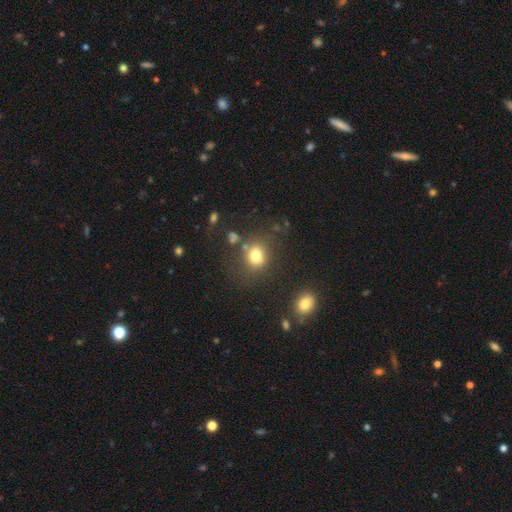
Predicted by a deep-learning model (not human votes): The model was most divided on "how rounded": round: 73%, in between: 26%, cigar-shaped: 1%. More confident: smooth or featured — smooth (77%); merging — none (73%).